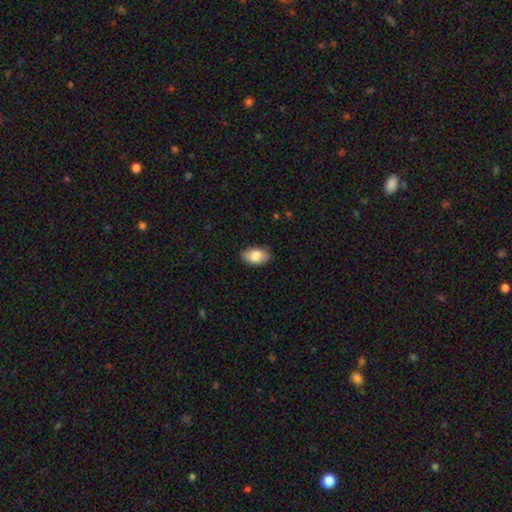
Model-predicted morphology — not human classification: Smooth or featured: smooth — 83% (featured or disk — 11%)
How rounded: in between — 92% (round — 7%)
Merging: none — 85% (minor disturbance — 12%)